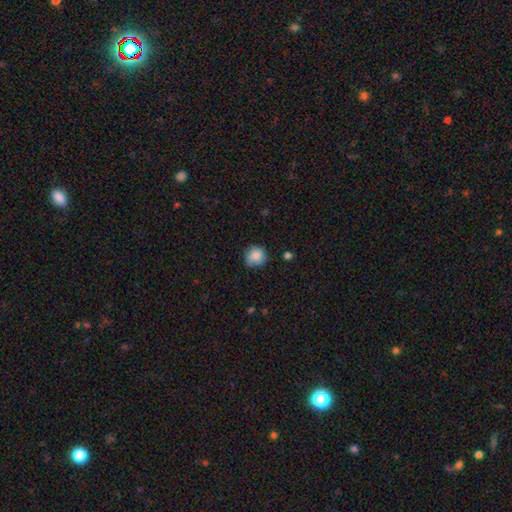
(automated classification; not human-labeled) This appears to be a smooth galaxy with no disk features (84%) that is round (85%). Merging: none (72%).